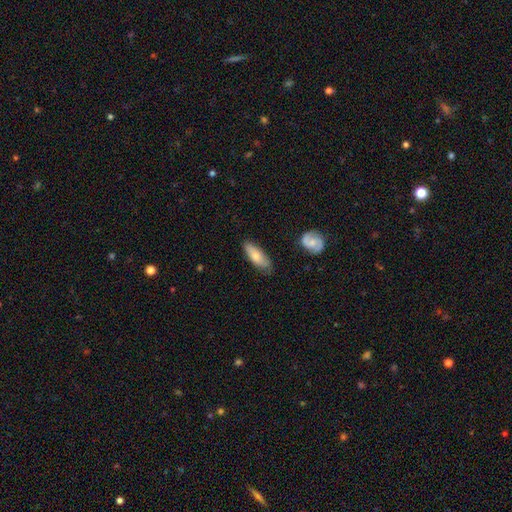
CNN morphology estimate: smooth-or-featured: smooth: 68% | featured or disk: 26% | star or artifact: 6%
  how-rounded: in between: 66% | cigar-shaped: 32% | round: 2%
  merging: none: 72% | minor disturbance: 22% | major disturbance: 4% | merger: 2%